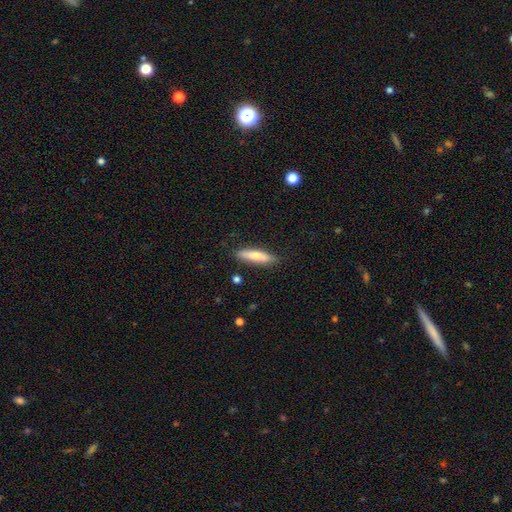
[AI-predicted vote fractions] smooth_or_featured: smooth (p=0.74) [alt: featured or disk p=0.20]
how_rounded: cigar-shaped (p=0.76) [alt: in between p=0.23]
merging: none (p=0.85) [alt: minor disturbance p=0.11]